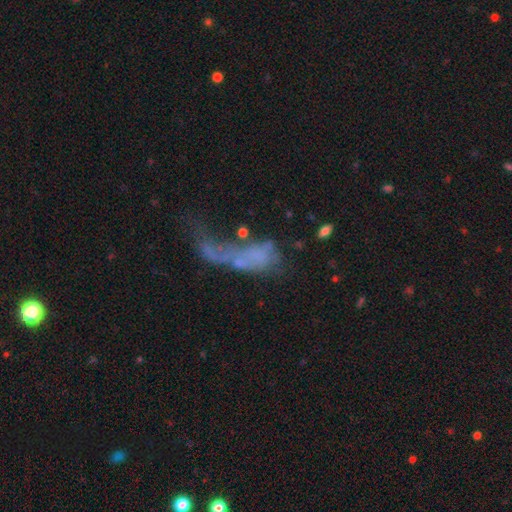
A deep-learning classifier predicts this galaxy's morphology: A featured or disk galaxy (46%). Merging: major disturbance (46%).